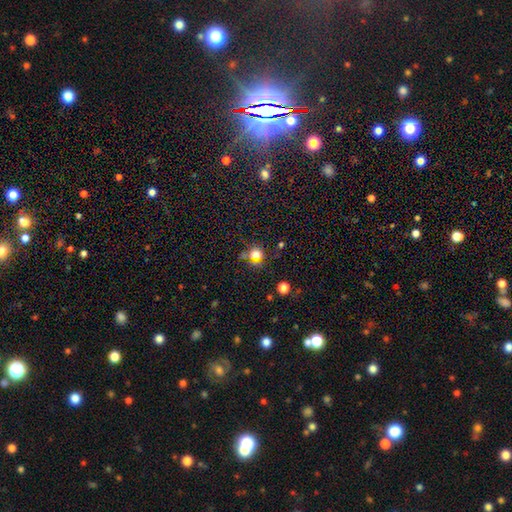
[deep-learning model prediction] Morphology: type=smooth (59%); roundness=round (84%); merging=none (71%).